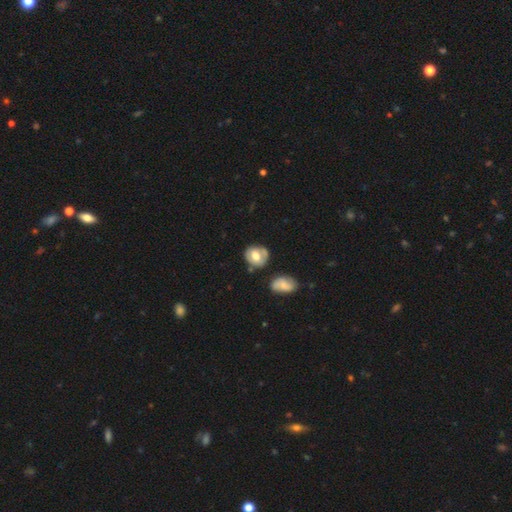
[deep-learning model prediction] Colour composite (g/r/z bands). It shows a smooth galaxy with no disk features (61%) that is round (70%). Merging: none (65%).